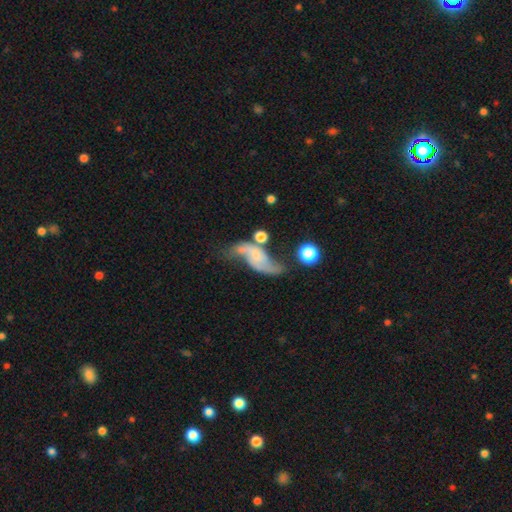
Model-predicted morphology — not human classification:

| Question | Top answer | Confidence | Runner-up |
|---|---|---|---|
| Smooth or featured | featured or disk | 78% | smooth (15%) |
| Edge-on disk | no | 94% | yes (6%) |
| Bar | no | 62% | weak (29%) |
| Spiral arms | yes | 91% | no (9%) |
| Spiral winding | loose | 81% | medium (15%) |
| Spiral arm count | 2 | 90% | can't tell (4%) |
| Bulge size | small | 59% | moderate (20%) |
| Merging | none | 43% | minor disturbance (22%) |